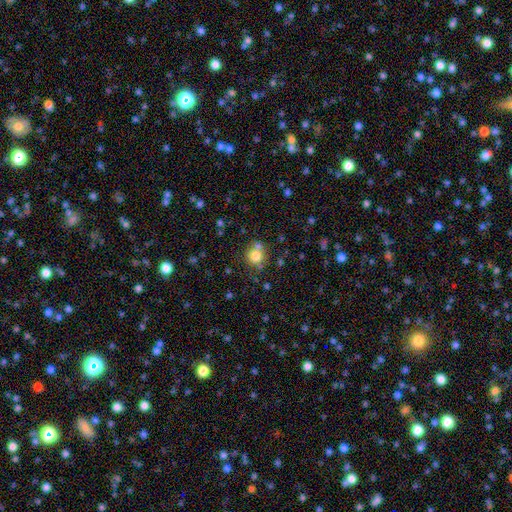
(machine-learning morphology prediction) A smooth galaxy with no disk features (77%) that is round (90%).

Vote fractions:
- Smooth or featured? smooth: 77% / star or artifact: 13% / featured or disk: 10%
- How rounded? round: 90% / in between: 9% / cigar-shaped: 1%
- Merging? none: 63% / merger: 23% / minor disturbance: 10% / major disturbance: 4%